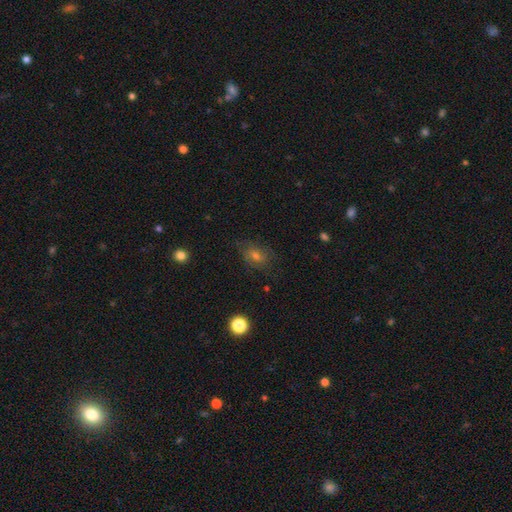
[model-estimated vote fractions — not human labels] Smooth or featured? smooth (45%)
Merging? none (70%)